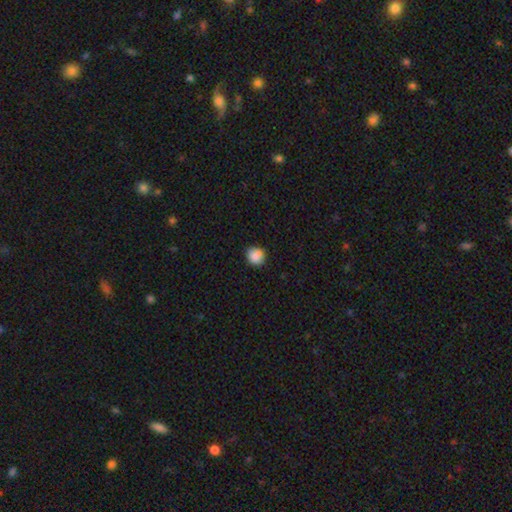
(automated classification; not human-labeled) Smooth or featured? smooth (87%)
How rounded? round (91%)
Merging? none (84%)